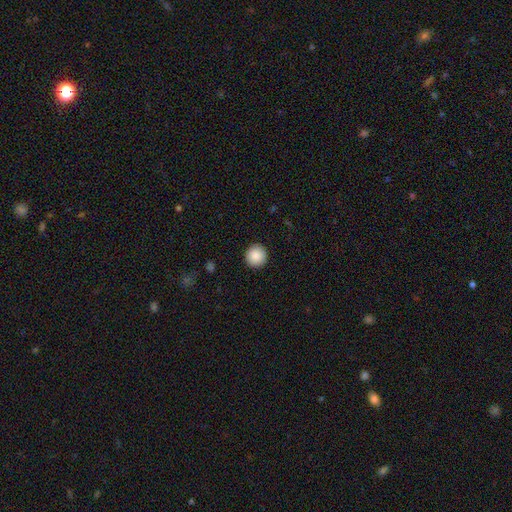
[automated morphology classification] A smooth galaxy with no disk features (89%) that is round (96%). Merging: none (93%).